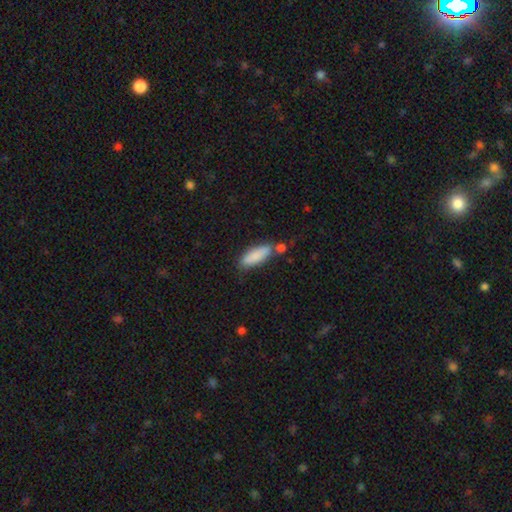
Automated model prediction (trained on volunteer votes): smooth_or_featured: smooth (p=0.85) [alt: featured or disk p=0.08]
how_rounded: in between (p=0.55) [alt: cigar-shaped p=0.43]
merging: none (p=0.61) [alt: minor disturbance p=0.19]